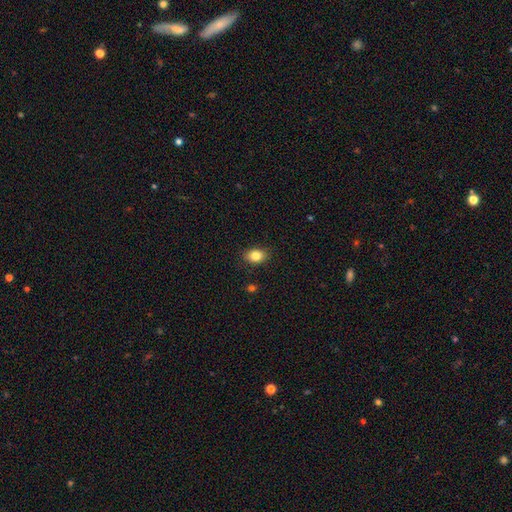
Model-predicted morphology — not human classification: This is clearly a smooth galaxy (83%). How rounded: likely in between (75%). Merging: clearly none (87%).